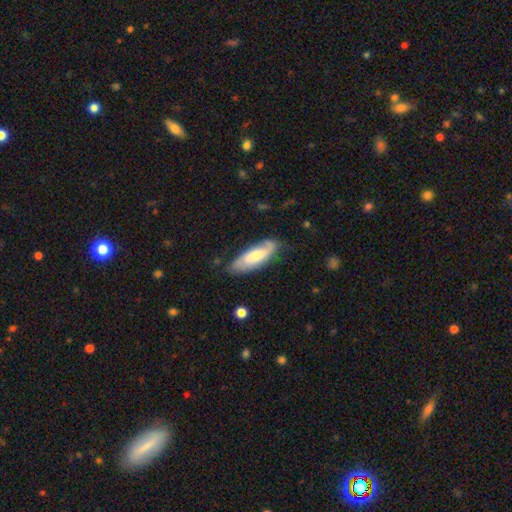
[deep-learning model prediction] The model was most divided on "smooth or featured": featured or disk: 48%, smooth: 46%, star or artifact: 6%. More confident: merging — none (71%).